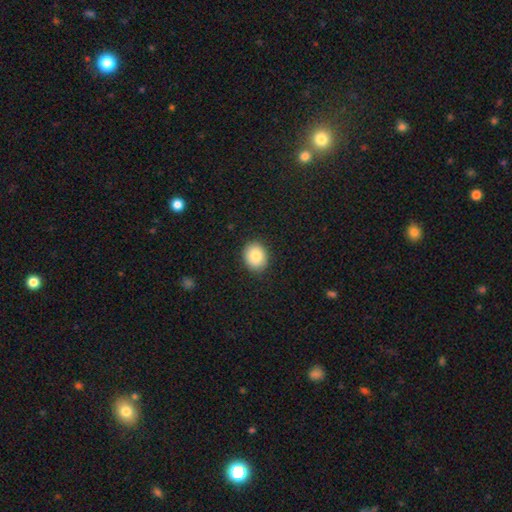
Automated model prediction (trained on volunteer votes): The model was most divided on "how rounded": round: 66%, in between: 33%, cigar-shaped: 1%. More confident: merging — none (89%); smooth or featured — smooth (83%).